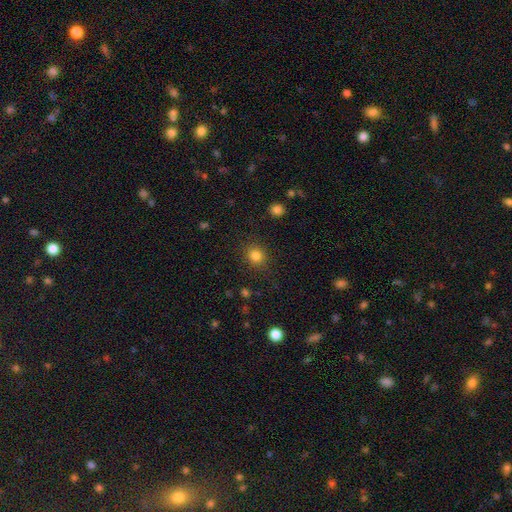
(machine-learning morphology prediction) The model was most divided on "how rounded": round: 84%, in between: 15%, cigar-shaped: 1%. More confident: merging — none (87%); smooth or featured — smooth (83%).